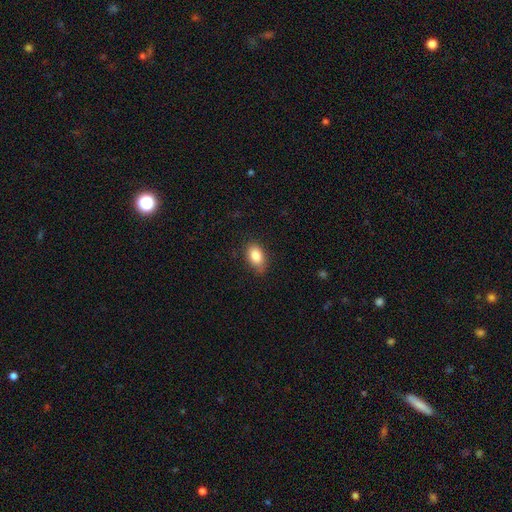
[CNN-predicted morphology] A smooth galaxy with no disk features (85%) that is in between round and cigar-shaped (88%). Merging: none (77%).